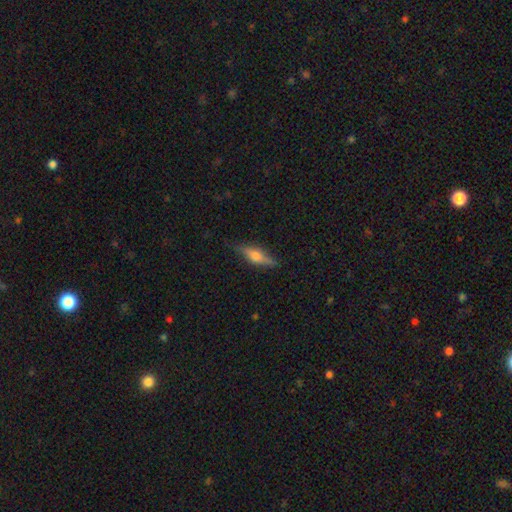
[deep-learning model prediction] A featured or disk galaxy (54%) viewed edge-on (93%). Merging: none (81%).